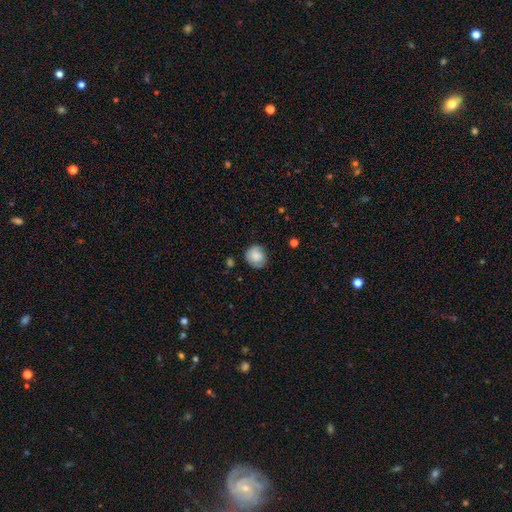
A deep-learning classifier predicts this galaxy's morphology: smooth-or-featured: smooth: 78% | featured or disk: 14% | star or artifact: 8%
  how-rounded: round: 81% | in between: 18% | cigar-shaped: 1%
  merging: none: 74% | minor disturbance: 20% | major disturbance: 4% | merger: 2%